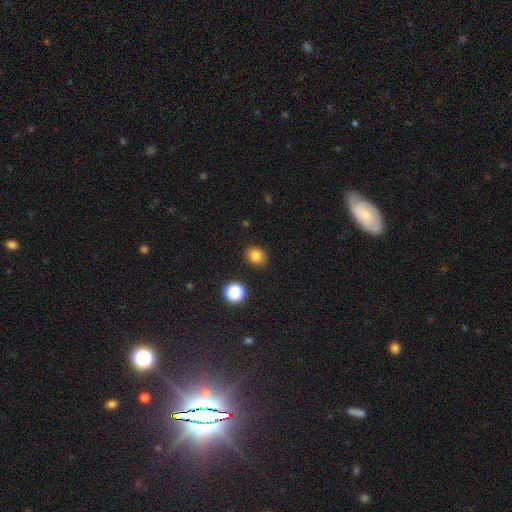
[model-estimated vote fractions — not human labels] smooth 82%, star or artifact 13%, featured or disk 5%. Down the decision tree: how rounded — round (64%); merging — none (89%).